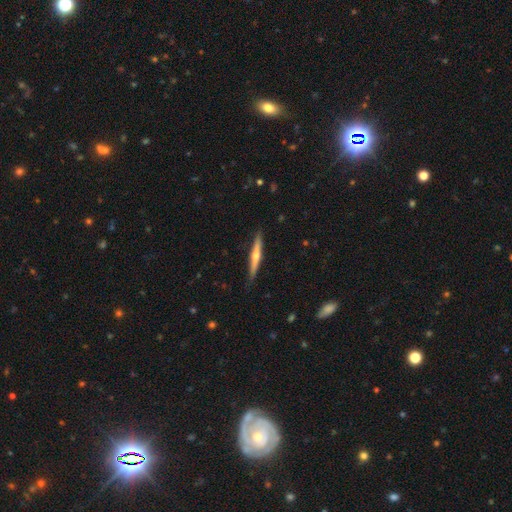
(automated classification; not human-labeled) A featured or disk galaxy (64%) viewed edge-on (97%) with a rounded central bulge (84%).

Vote fractions:
- Smooth or featured? featured or disk: 64% / smooth: 30% / star or artifact: 6%
- Edge-on disk? yes: 97% / no: 3%
- Edge-on bulge? rounded: 84% / none: 13% / boxy: 3%
- Merging? none: 88% / minor disturbance: 9% / major disturbance: 2% / merger: 1%